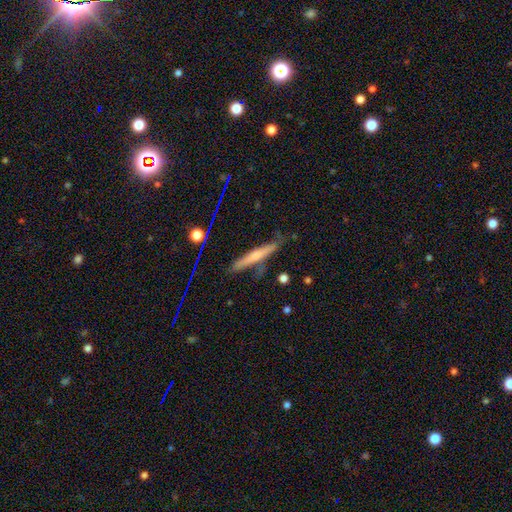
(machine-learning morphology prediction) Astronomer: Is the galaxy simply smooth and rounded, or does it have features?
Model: smooth — 48% (runner-up: featured or disk, 43%).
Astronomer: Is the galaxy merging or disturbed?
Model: none — 75%.